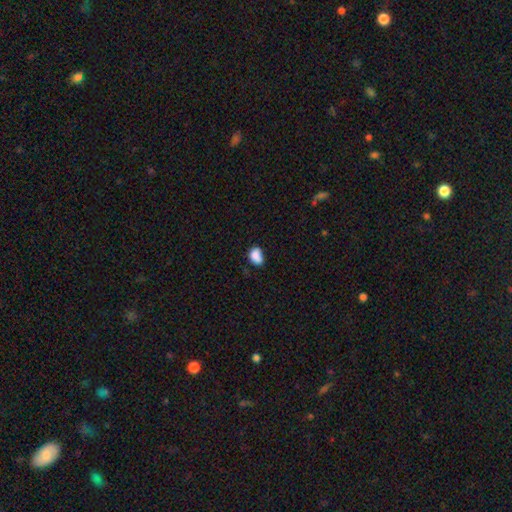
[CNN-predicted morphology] smooth-or-featured: smooth: 84% | star or artifact: 9% | featured or disk: 6%
  how-rounded: in between: 76% | round: 23% | cigar-shaped: 1%
  merging: none: 51% | minor disturbance: 33% | major disturbance: 8% | merger: 8%